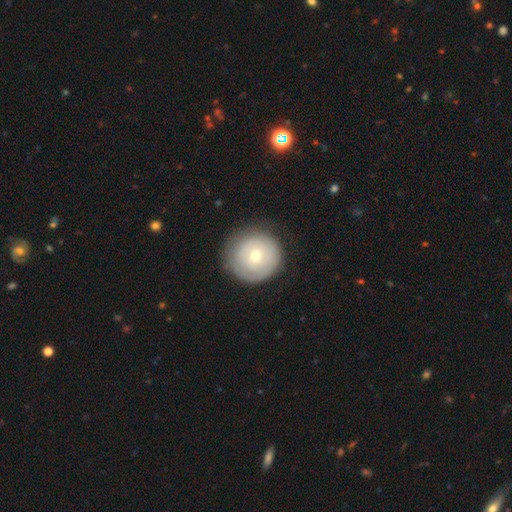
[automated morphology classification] smooth 55%, featured or disk 37%, star or artifact 8%. Down the decision tree: how rounded — round (95%); merging — none (82%).